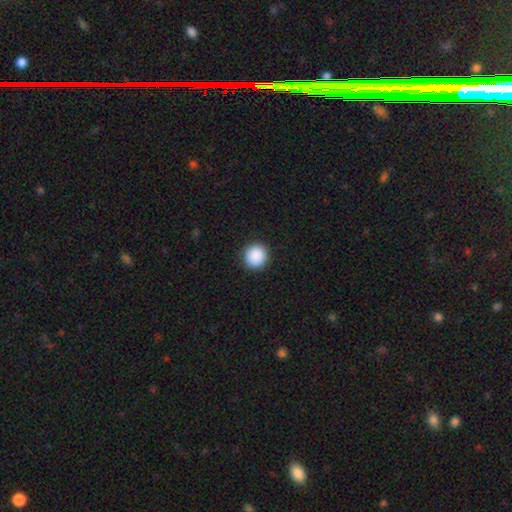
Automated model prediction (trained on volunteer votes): Smooth or featured?
  - smooth: 90% *
  - star or artifact: 8%
  - featured or disk: 2%
How rounded?
  - round: 94% *
  - in between: 5%
  - cigar-shaped: 1%
Merging?
  - none: 92% *
  - minor disturbance: 5%
  - major disturbance: 2%
  - merger: 1%